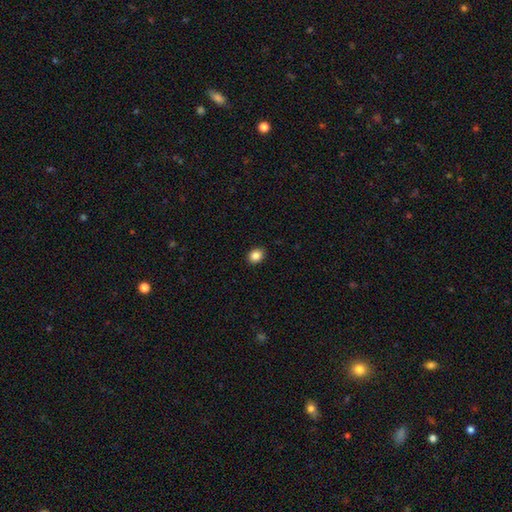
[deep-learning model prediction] Morphology: type=smooth (86%); roundness=round (54%); merging=none (91%).